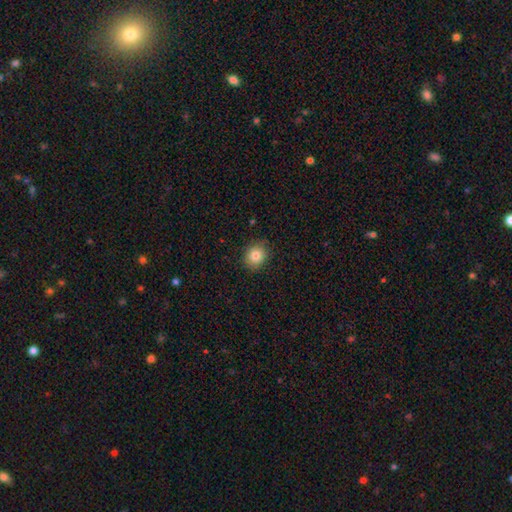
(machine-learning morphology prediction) Smooth or featured: smooth — 82% (star or artifact — 10%)
How rounded: round — 74% (in between — 26%)
Merging: none — 87% (minor disturbance — 9%)